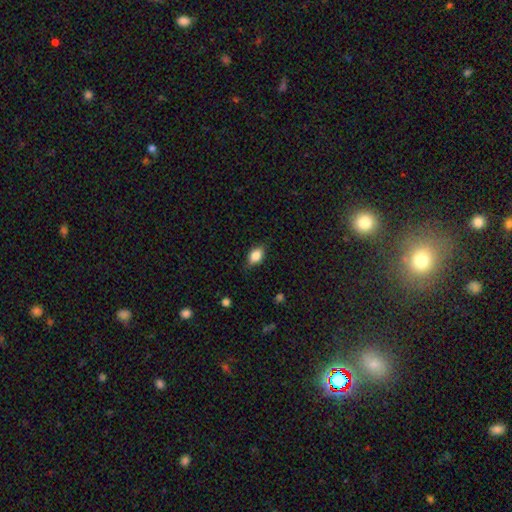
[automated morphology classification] type=smooth (83%); roundness=in between (83%); merging=none (79%).